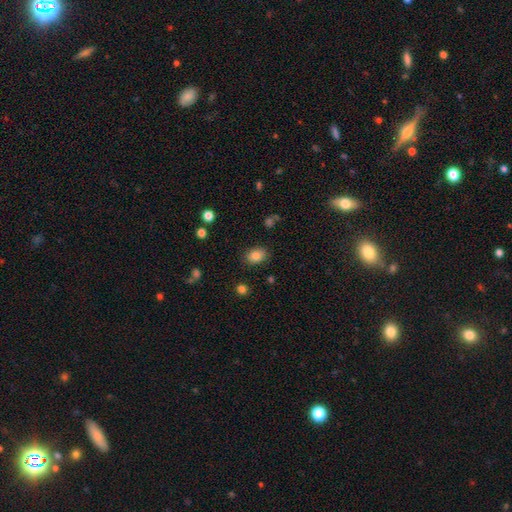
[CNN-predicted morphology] Smooth or featured: smooth — 84% (star or artifact — 9%)
How rounded: in between — 73% (round — 26%)
Merging: none — 84% (minor disturbance — 11%)